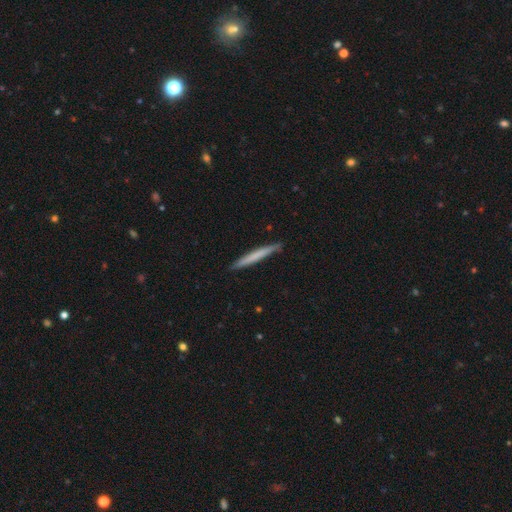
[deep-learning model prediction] Smooth or featured? Predicted: smooth (p=0.64). How rounded? Predicted: cigar-shaped (p=0.97). Merging? Predicted: none (p=0.89).